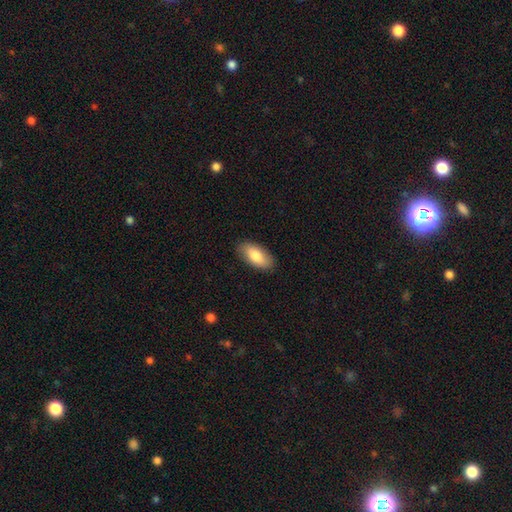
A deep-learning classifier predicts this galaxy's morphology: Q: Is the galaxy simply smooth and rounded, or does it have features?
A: smooth — 80%.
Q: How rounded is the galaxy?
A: in between — 91%.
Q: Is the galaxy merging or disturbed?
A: none — 87%.